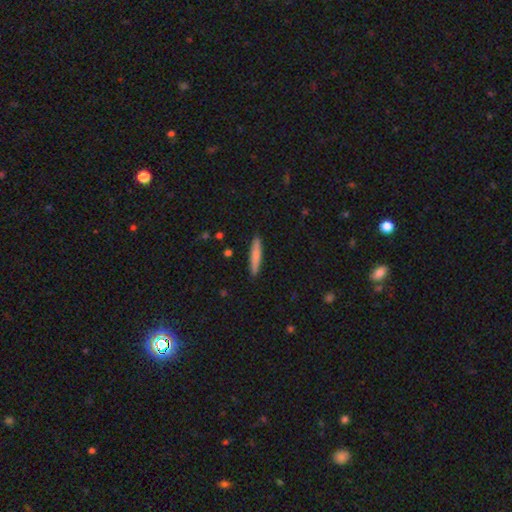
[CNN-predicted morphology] Overall: smooth (77%). How rounded: cigar-shaped (92%). Merging: none (90%).